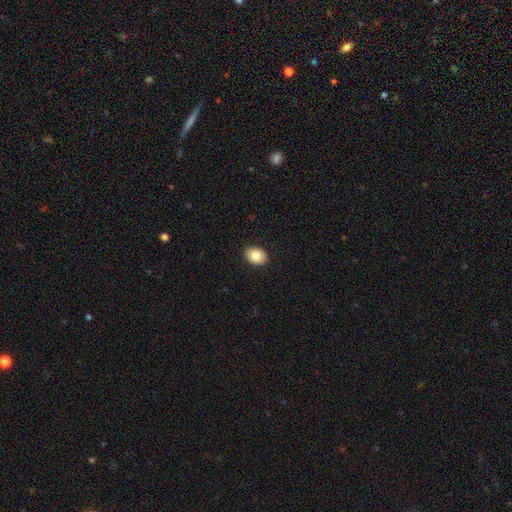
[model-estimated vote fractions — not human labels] smooth 81%, featured or disk 11%, star or artifact 8%. Down the decision tree: how rounded — in between (69%); merging — none (91%).